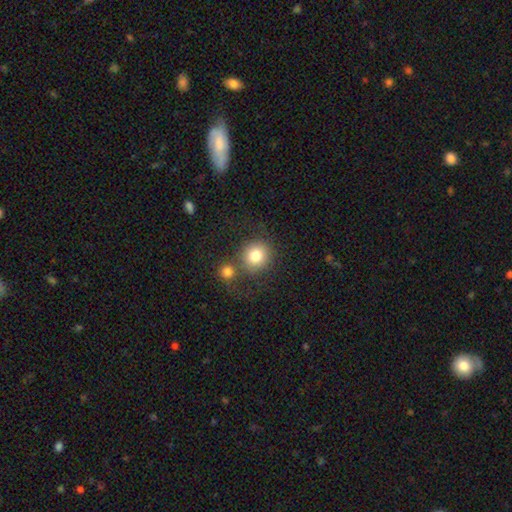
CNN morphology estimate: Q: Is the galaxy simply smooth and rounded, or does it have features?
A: smooth — 79%.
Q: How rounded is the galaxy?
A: round — 89%.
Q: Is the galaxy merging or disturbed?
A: none — 63%.